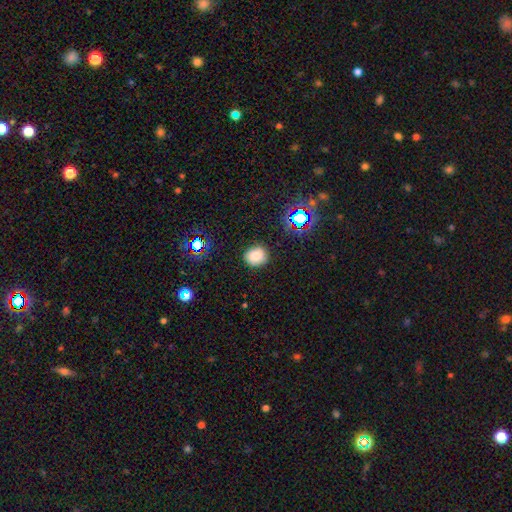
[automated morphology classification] smooth_or_featured: smooth (p=0.76) [alt: star or artifact p=0.16]
how_rounded: round (p=0.73) [alt: in between p=0.26]
merging: none (p=0.85) [alt: minor disturbance p=0.11]